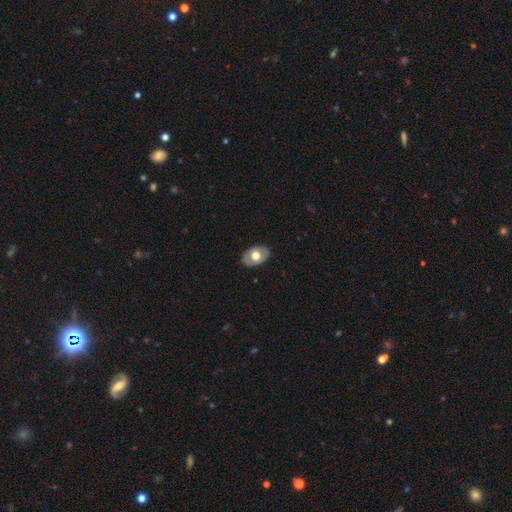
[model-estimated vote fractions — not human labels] Smooth or featured?
  - smooth: 53% *
  - featured or disk: 41%
  - star or artifact: 6%
How rounded?
  - in between: 82% *
  - round: 17%
  - cigar-shaped: 1%
Merging?
  - none: 84% *
  - minor disturbance: 12%
  - major disturbance: 3%
  - merger: 1%